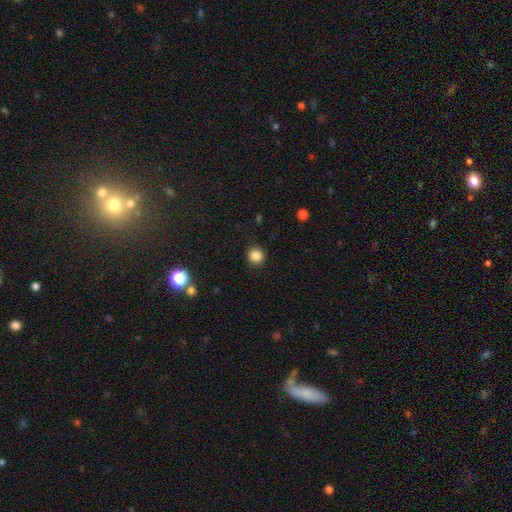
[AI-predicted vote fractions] The model was most divided on "smooth or featured": smooth: 85%, star or artifact: 12%, featured or disk: 4%. More confident: how rounded — round (94%); merging — none (91%).